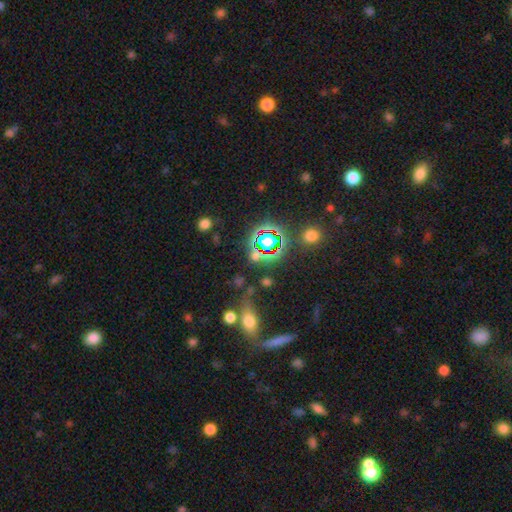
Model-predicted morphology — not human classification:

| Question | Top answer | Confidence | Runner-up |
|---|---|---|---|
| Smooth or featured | star or artifact | 59% | smooth (29%) |